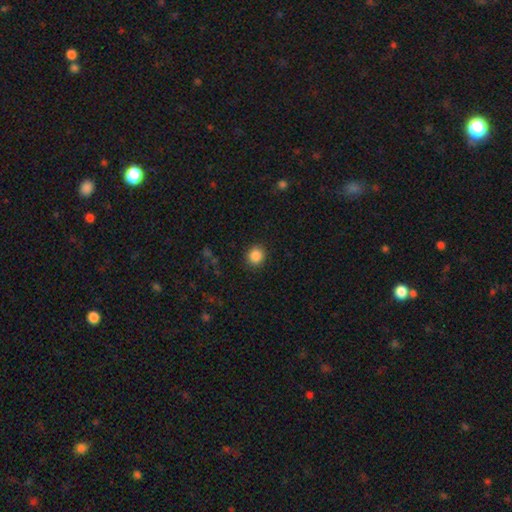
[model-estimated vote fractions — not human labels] The model was most divided on "how rounded": round: 85%, in between: 14%, cigar-shaped: 1%. More confident: merging — none (90%); smooth or featured — smooth (87%).